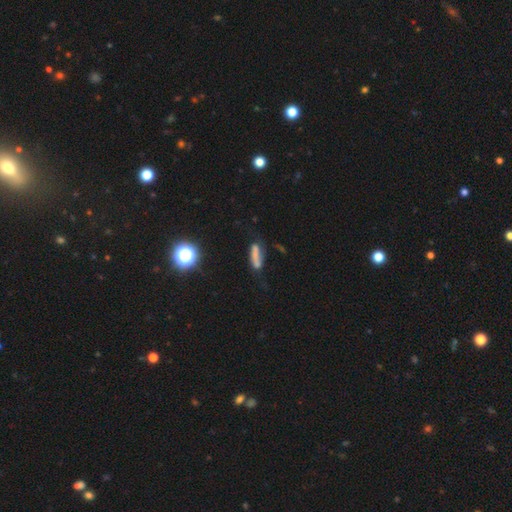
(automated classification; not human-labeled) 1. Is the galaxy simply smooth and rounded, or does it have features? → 60% smooth, 24% featured or disk, 16% star or artifact.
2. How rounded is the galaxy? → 58% cigar-shaped, 37% in between, 5% round.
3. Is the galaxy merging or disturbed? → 45% none, 26% minor disturbance, 17% major disturbance, 12% merger.